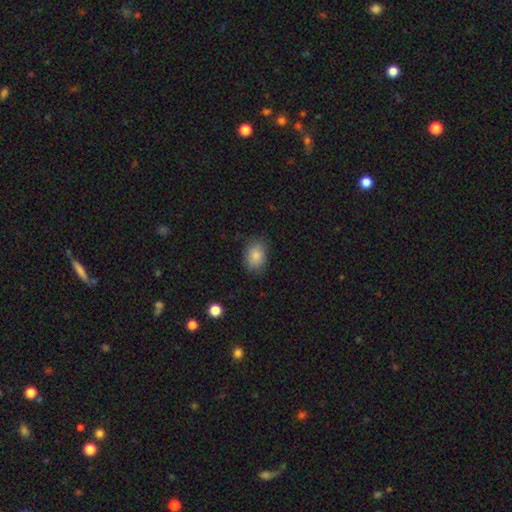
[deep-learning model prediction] This appears to be a smooth galaxy with no disk features (85%) that is in between round and cigar-shaped (66%). Merging: none (79%).